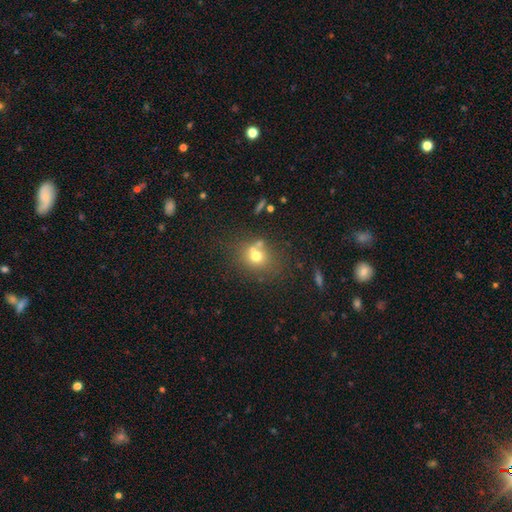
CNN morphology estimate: The model was most divided on "merging": none: 57%, merger: 26%, minor disturbance: 12%, major disturbance: 5%. More confident: how rounded — round (73%); smooth or featured — smooth (68%).